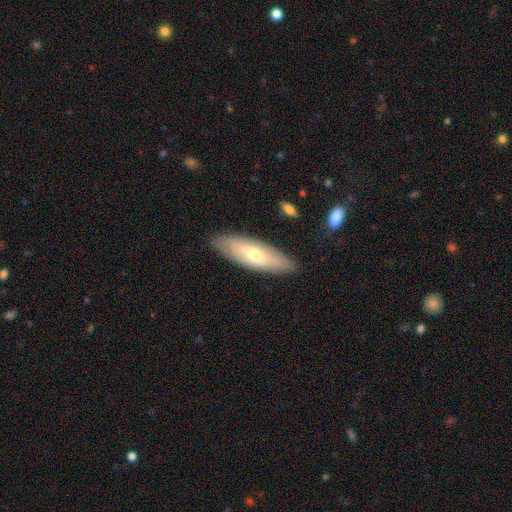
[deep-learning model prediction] Smooth or featured: smooth — 50% (featured or disk — 44%)
Merging: none — 86% (minor disturbance — 10%)